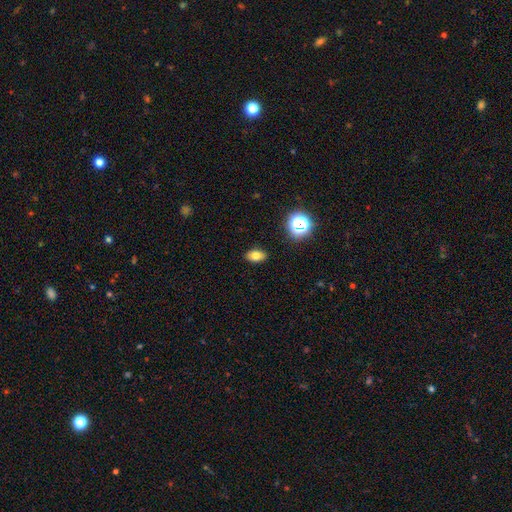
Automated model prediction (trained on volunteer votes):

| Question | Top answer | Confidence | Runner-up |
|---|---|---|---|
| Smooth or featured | smooth | 77% | star or artifact (14%) |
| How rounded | in between | 86% | round (12%) |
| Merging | none | 88% | minor disturbance (8%) |